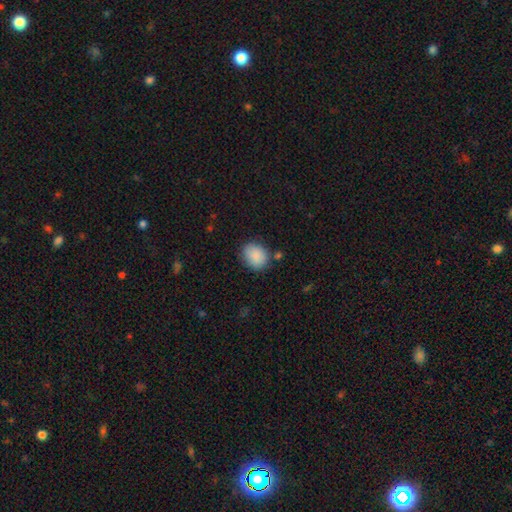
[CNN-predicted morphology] A smooth galaxy with no disk features (88%) that is round (55%). Merging: none (77%).